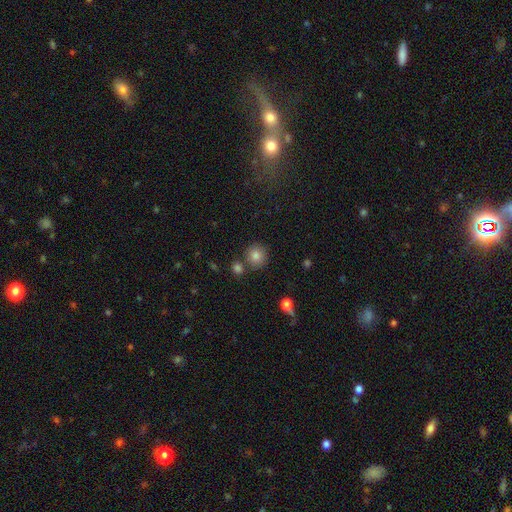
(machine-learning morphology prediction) This is clearly a smooth galaxy (82%). How rounded: clearly round (88%). Merging: likely none (76%).